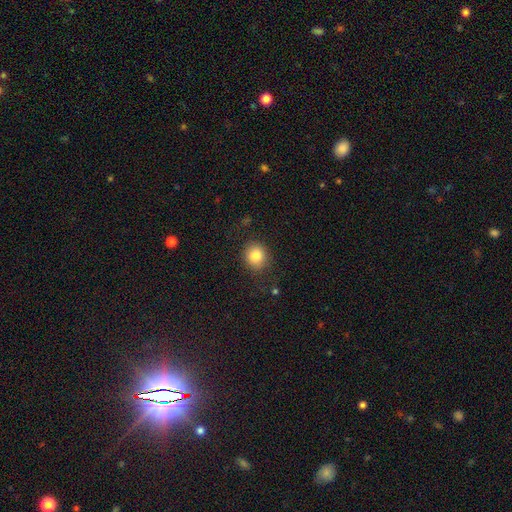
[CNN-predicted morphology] smooth_or_featured: smooth (p=0.83) [alt: star or artifact p=0.10]
how_rounded: round (p=0.81) [alt: in between p=0.18]
merging: none (p=0.85) [alt: minor disturbance p=0.11]